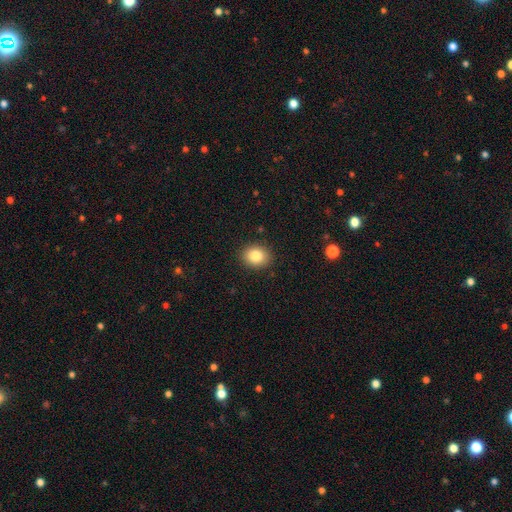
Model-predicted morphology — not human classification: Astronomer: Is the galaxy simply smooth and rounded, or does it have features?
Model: smooth — 83%.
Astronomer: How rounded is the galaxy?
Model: round — 60% (runner-up: in between, 39%).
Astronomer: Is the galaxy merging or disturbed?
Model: none — 89%.